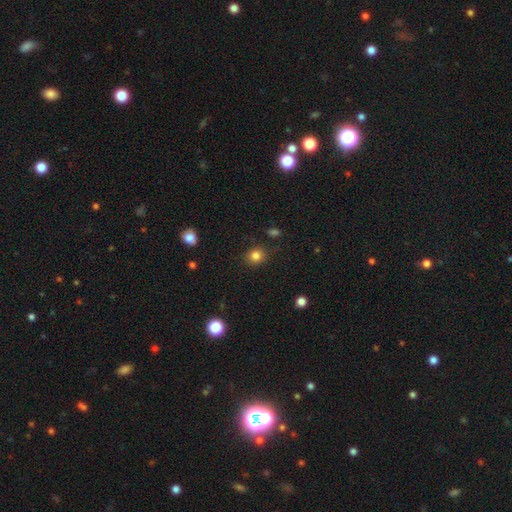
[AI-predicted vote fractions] smooth-or-featured: smooth: 83% | star or artifact: 12% | featured or disk: 5%
  how-rounded: round: 81% | in between: 18% | cigar-shaped: 1%
  merging: none: 86% | minor disturbance: 9% | major disturbance: 3% | merger: 2%